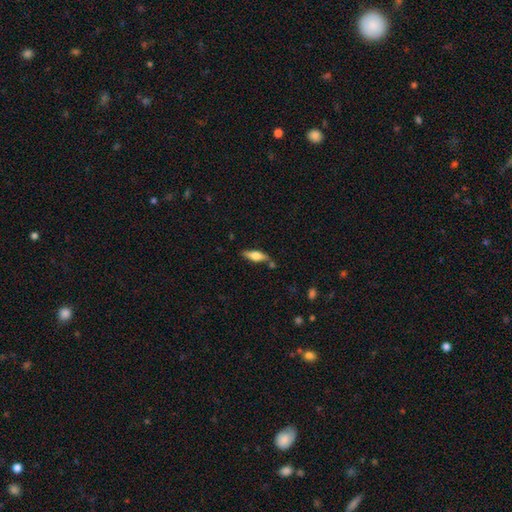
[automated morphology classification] Smooth or featured?
  - smooth: 54% *
  - featured or disk: 39%
  - star or artifact: 7%
How rounded?
  - in between: 51% *
  - cigar-shaped: 47%
  - round: 2%
Merging?
  - none: 71% *
  - minor disturbance: 17%
  - merger: 8%
  - major disturbance: 4%